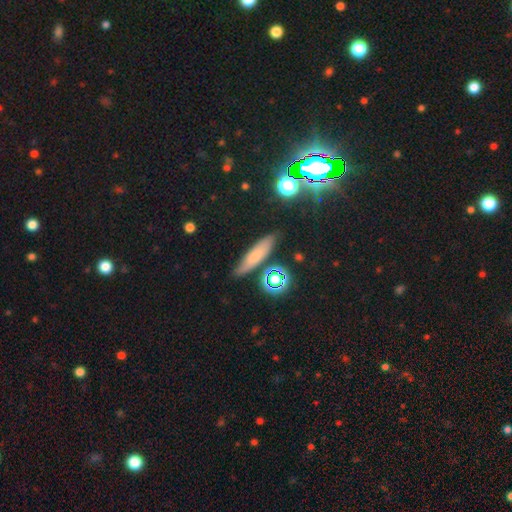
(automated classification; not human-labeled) A smooth galaxy with no disk features (65%) that is cigar-shaped (69%). Merging: none (80%).